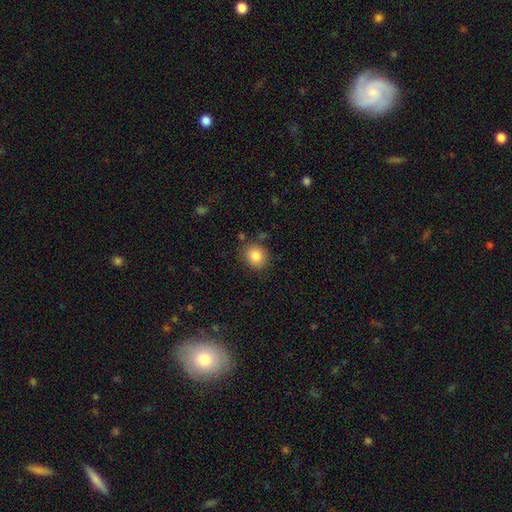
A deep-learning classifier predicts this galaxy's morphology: type=smooth (85%); roundness=round (71%); merging=none (83%).